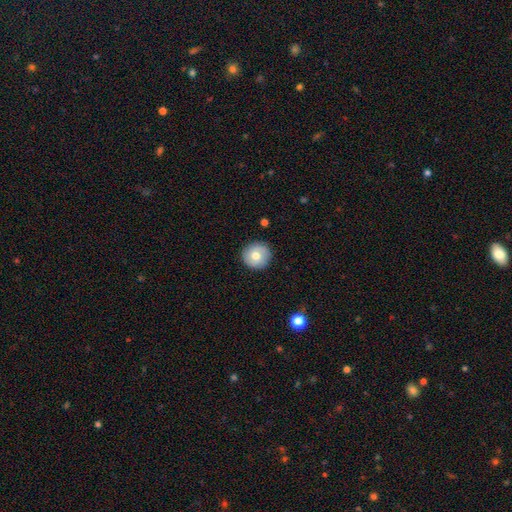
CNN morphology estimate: Smooth or featured? smooth (70%)
How rounded? round (94%)
Merging? none (89%)